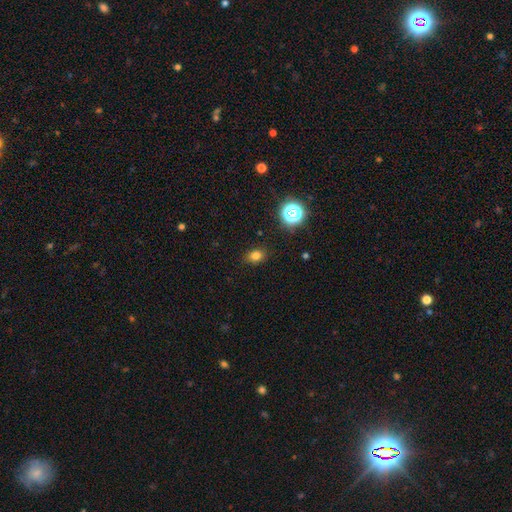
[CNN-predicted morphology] smooth_or_featured: smooth (p=0.79) [alt: star or artifact p=0.16]
how_rounded: in between (p=0.58) [alt: round p=0.41]
merging: none (p=0.86) [alt: minor disturbance p=0.10]